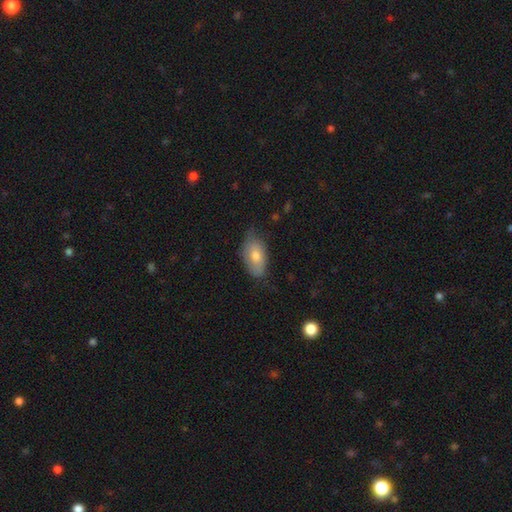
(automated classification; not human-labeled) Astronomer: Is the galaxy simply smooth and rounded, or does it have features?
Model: smooth — 72%.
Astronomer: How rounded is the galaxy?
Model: in between — 92%.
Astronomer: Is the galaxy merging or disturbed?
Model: none — 64%.